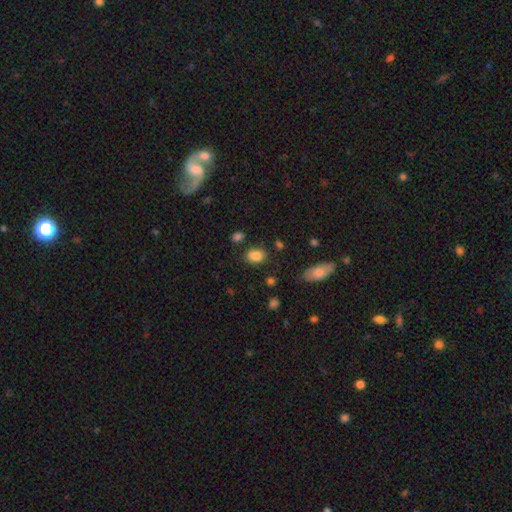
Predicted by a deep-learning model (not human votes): A smooth galaxy with no disk features (84%) that is in between round and cigar-shaped (68%). Merging: none (79%).